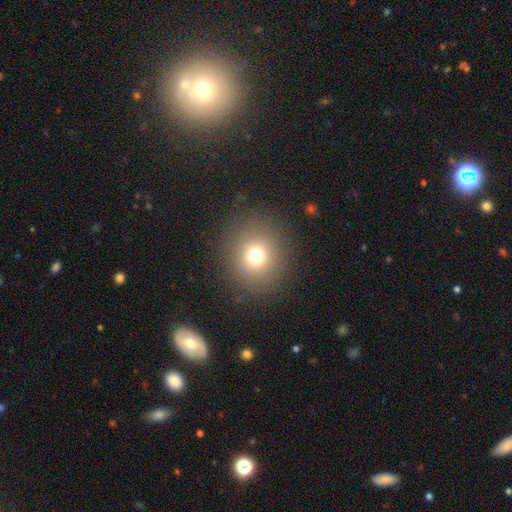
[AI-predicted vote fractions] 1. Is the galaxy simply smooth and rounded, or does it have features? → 73% smooth, 17% star or artifact, 10% featured or disk.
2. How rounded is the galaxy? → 87% round, 13% in between, 1% cigar-shaped.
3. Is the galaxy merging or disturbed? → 88% none, 7% minor disturbance, 4% major disturbance, 1% merger.